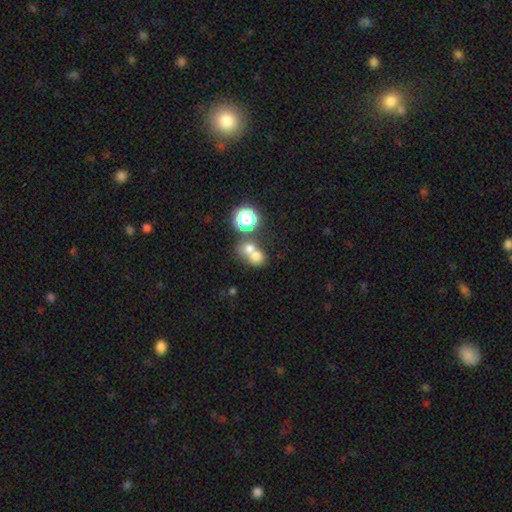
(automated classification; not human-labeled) smooth 69%, star or artifact 16%, featured or disk 15%. Down the decision tree: how rounded — round (69%); merging — merger (58%).